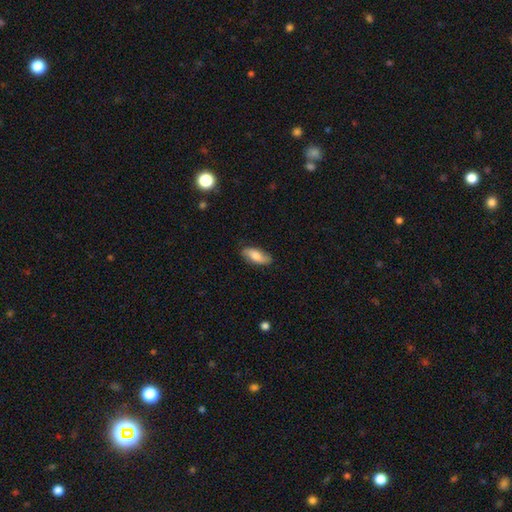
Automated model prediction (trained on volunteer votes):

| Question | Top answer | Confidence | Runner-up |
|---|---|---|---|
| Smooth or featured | smooth | 66% | featured or disk (27%) |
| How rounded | in between | 79% | cigar-shaped (18%) |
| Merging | none | 81% | minor disturbance (15%) |